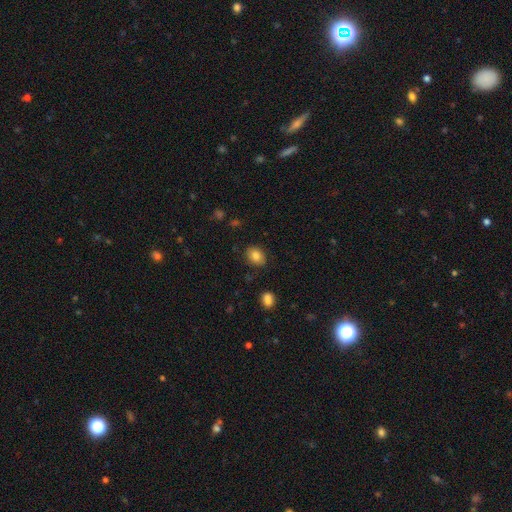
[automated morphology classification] type=smooth (84%); roundness=in between (67%); merging=none (84%).